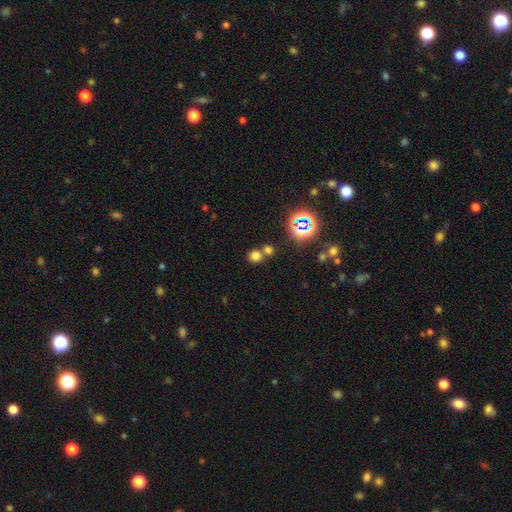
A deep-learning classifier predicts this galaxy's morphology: Smooth or featured? Predicted: smooth (p=0.67). How rounded? Predicted: round (p=0.85). Merging? Predicted: none (p=0.53).